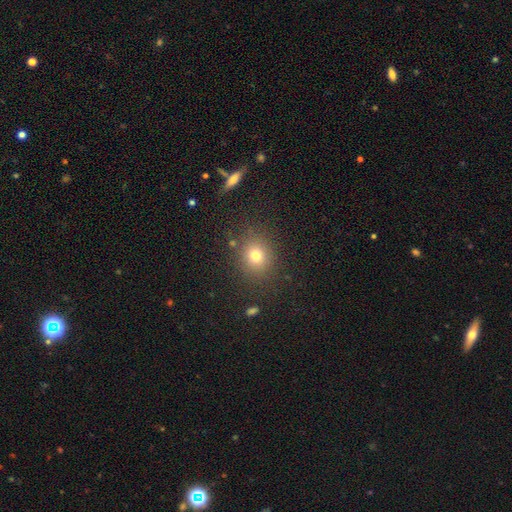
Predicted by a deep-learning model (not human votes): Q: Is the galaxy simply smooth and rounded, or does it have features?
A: smooth — 76%.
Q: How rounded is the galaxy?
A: round — 79%.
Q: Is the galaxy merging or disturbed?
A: none — 84%.